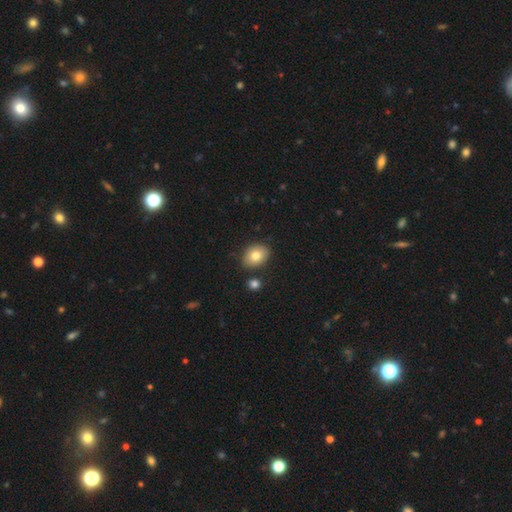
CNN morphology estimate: This appears to be a smooth galaxy with no disk features (81%) that is in between round and cigar-shaped (69%). Merging: none (83%).